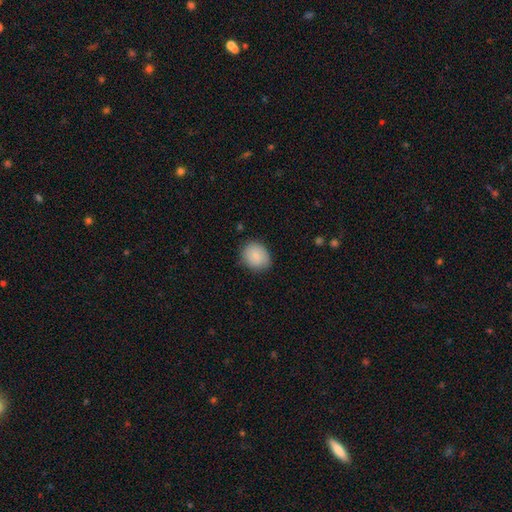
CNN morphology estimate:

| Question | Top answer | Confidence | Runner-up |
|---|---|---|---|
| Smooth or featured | smooth | 86% | featured or disk (7%) |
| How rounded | round | 61% | in between (38%) |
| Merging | none | 79% | minor disturbance (17%) |